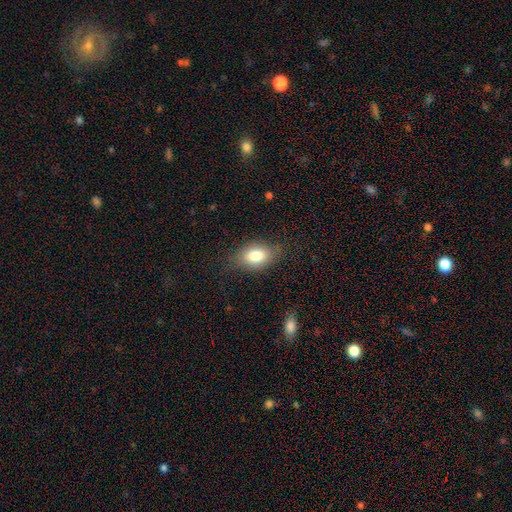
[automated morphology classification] Smooth or featured: smooth — 79% (featured or disk — 12%)
How rounded: in between — 82% (round — 16%)
Merging: none — 76% (minor disturbance — 17%)